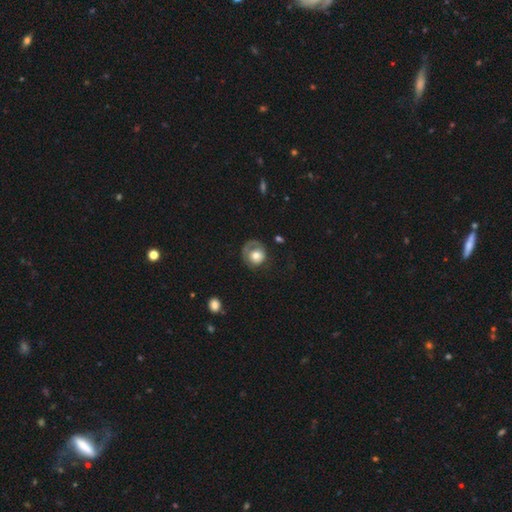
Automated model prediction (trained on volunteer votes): Smooth or featured? smooth (61%)
How rounded? round (80%)
Merging? none (45%)